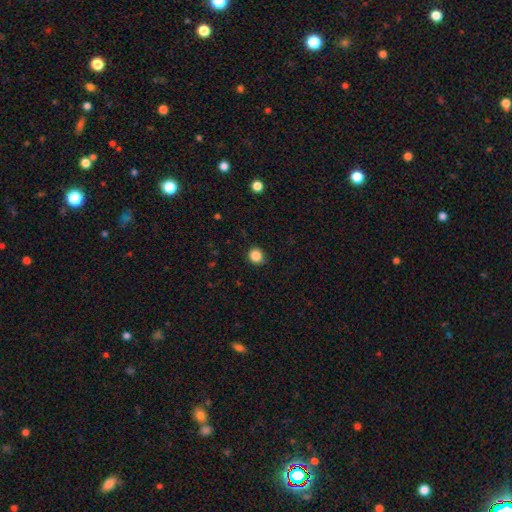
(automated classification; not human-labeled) A smooth galaxy with no disk features (86%) that is round (83%). Merging: none (87%).